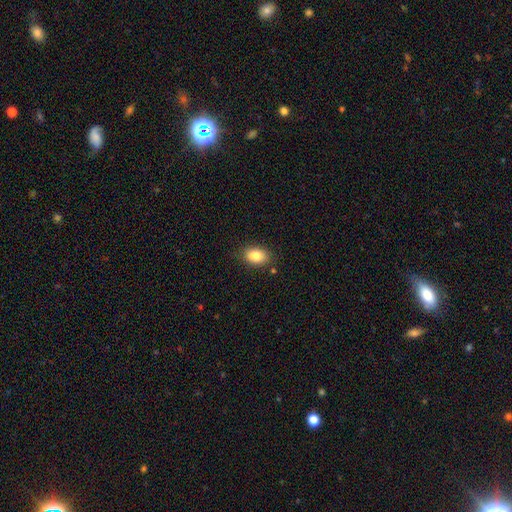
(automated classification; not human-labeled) A smooth galaxy with no disk features (85%) that is in between round and cigar-shaped (86%). Merging: none (84%).